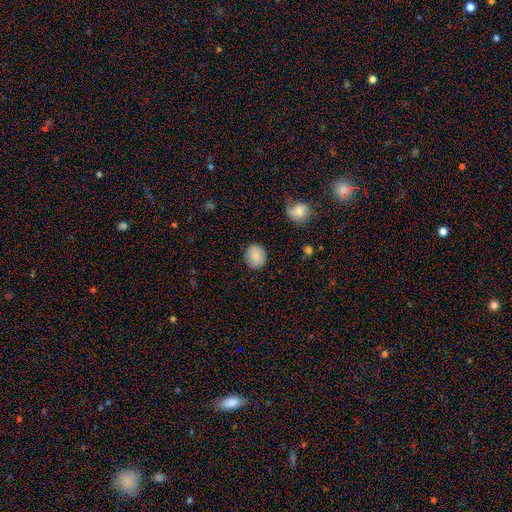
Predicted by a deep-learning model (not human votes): Smooth or featured: smooth — 84% (featured or disk — 9%)
How rounded: round — 76% (in between — 23%)
Merging: none — 87% (minor disturbance — 9%)